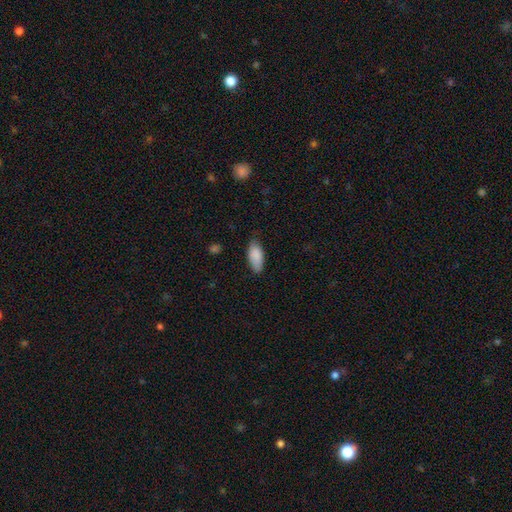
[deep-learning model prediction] smooth 88%, featured or disk 6%, star or artifact 6%. Down the decision tree: how rounded — in between (88%); merging — none (74%).